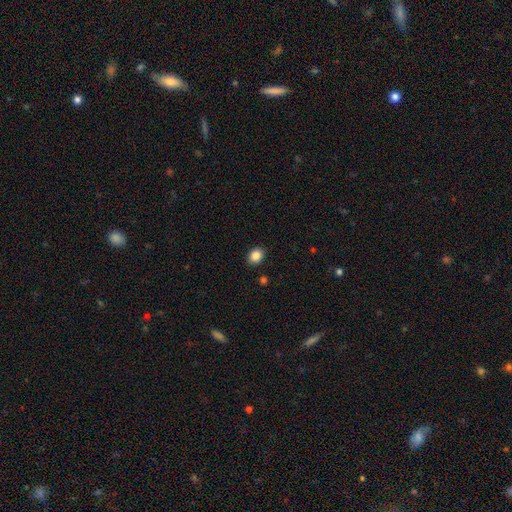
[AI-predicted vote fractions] Q: Smooth or featured?
A: smooth (87%); runner-up: star or artifact (9%)
Q: How rounded?
A: round (52%); runner-up: in between (47%)
Q: Merging?
A: none (89%); runner-up: minor disturbance (8%)